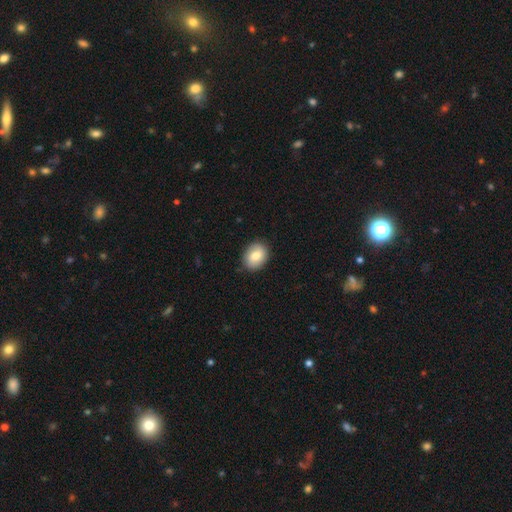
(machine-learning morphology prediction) A smooth galaxy with no disk features (80%) that is in between round and cigar-shaped (54%).

Vote fractions:
- Smooth or featured? smooth: 80% / featured or disk: 12% / star or artifact: 7%
- How rounded? in between: 54% / round: 45% / cigar-shaped: 1%
- Merging? none: 88% / minor disturbance: 9% / major disturbance: 2% / merger: 1%